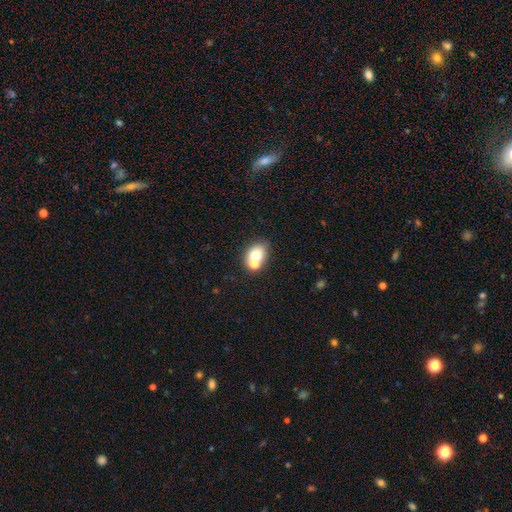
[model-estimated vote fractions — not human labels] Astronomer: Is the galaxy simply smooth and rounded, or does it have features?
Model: smooth — 69%.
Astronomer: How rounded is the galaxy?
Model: in between — 54% (runner-up: round, 45%).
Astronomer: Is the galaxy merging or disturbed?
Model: none — 47% (runner-up: merger, 40%).